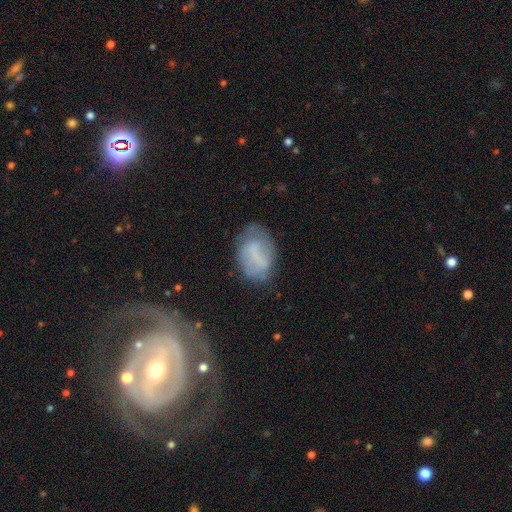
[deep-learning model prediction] The model was most divided on "smooth or featured": smooth: 54%, featured or disk: 37%, star or artifact: 9%. More confident: how rounded — in between (84%); merging — none (63%).